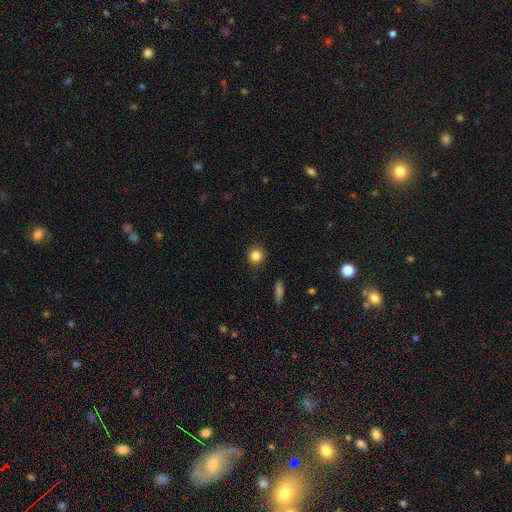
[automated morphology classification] The model was most divided on "smooth or featured": smooth: 84%, star or artifact: 10%, featured or disk: 6%. More confident: merging — none (89%); how rounded — round (87%).